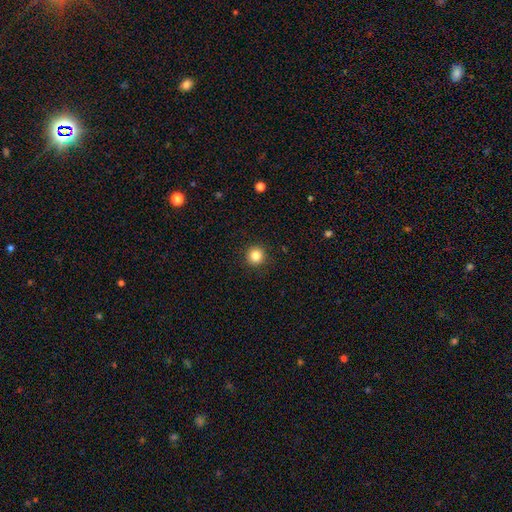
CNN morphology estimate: This is clearly a smooth galaxy (84%). How rounded: clearly round (95%). Merging: clearly none (92%).